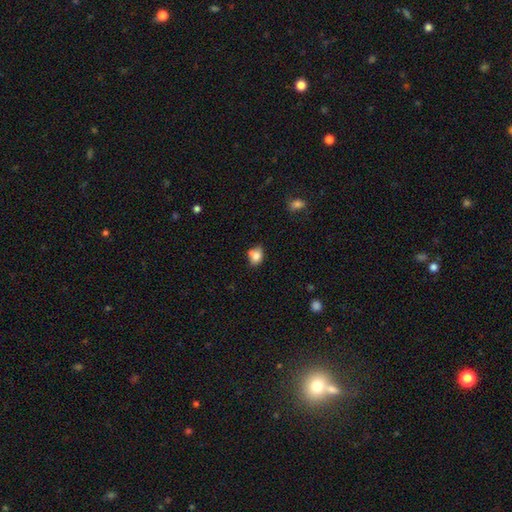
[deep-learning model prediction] Overall: smooth (80%). How rounded: in between (58%; round 41%). Merging: none (58%; minor disturbance 21%).